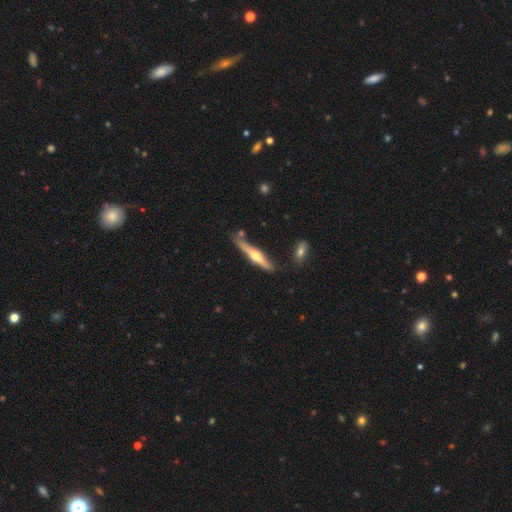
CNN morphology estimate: This appears to be a featured or disk galaxy (66%) viewed edge-on (96%) with a rounded central bulge (92%). Merging: none (75%).